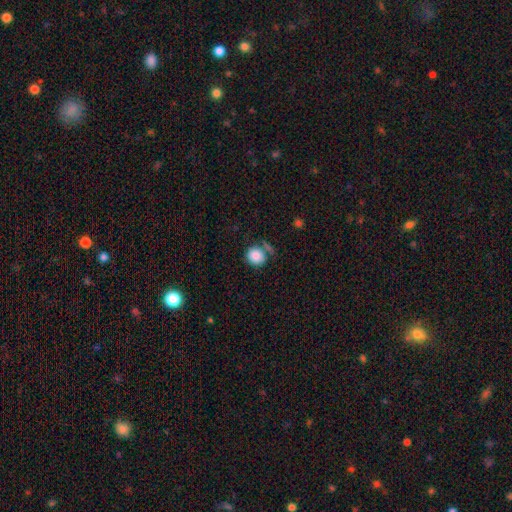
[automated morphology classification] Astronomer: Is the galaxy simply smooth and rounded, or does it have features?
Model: smooth — 85%.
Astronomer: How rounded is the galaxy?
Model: round — 81%.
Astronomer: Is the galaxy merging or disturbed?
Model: none — 65%.